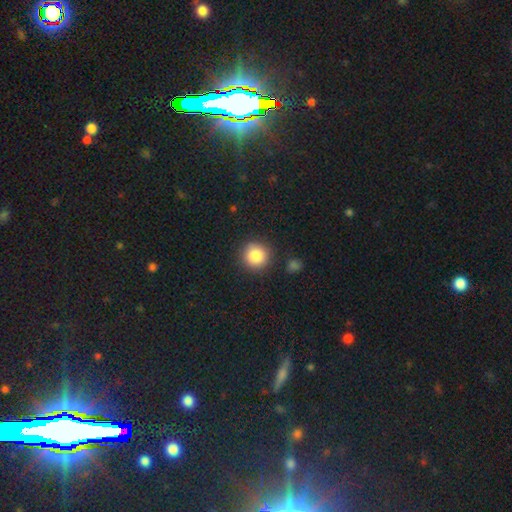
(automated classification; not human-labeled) Morphology: type=smooth (85%); roundness=round (94%); merging=none (87%).